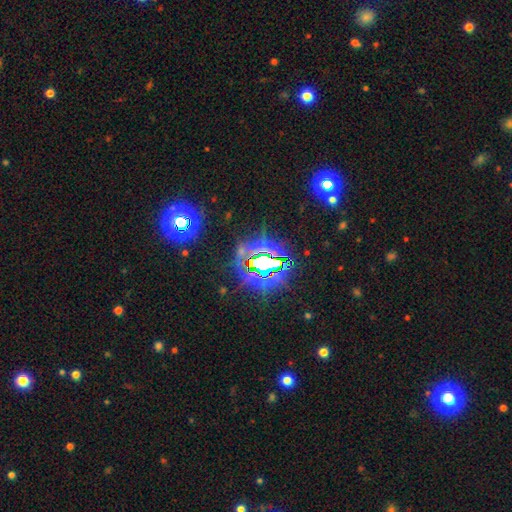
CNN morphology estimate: Smooth or featured? Predicted: star or artifact (p=0.82).